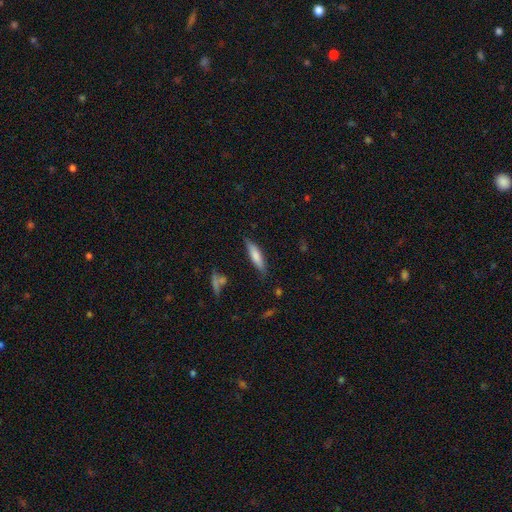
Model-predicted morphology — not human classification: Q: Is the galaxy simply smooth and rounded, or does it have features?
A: smooth — 71%.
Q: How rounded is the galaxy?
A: cigar-shaped — 72%.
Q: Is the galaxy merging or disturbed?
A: none — 79%.